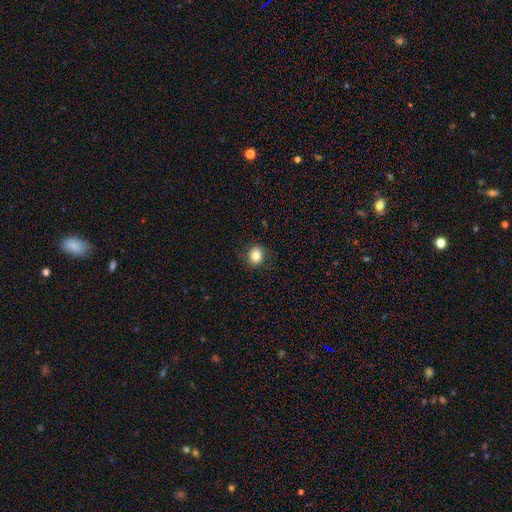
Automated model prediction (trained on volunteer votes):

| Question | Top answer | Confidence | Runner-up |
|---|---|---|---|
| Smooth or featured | smooth | 81% | star or artifact (10%) |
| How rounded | round | 68% | in between (31%) |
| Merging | none | 87% | minor disturbance (9%) |